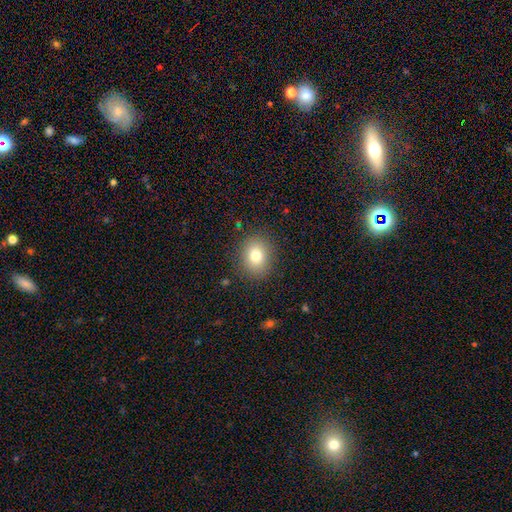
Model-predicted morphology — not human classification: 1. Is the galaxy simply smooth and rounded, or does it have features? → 78% smooth, 11% star or artifact, 10% featured or disk.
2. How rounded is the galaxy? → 67% round, 32% in between, 1% cigar-shaped.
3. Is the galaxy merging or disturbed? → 87% none, 8% minor disturbance, 3% major disturbance, 1% merger.